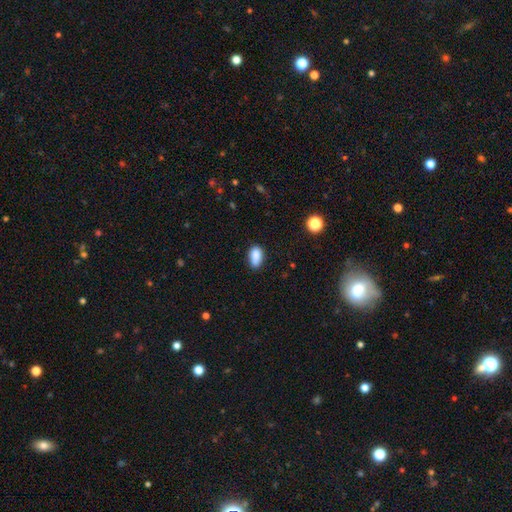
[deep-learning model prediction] A smooth galaxy with no disk features (86%) that is in between round and cigar-shaped (89%).

Vote fractions:
- Smooth or featured? smooth: 86% / star or artifact: 9% / featured or disk: 6%
- How rounded? in between: 89% / round: 8% / cigar-shaped: 3%
- Merging? none: 65% / minor disturbance: 26% / major disturbance: 5% / merger: 4%